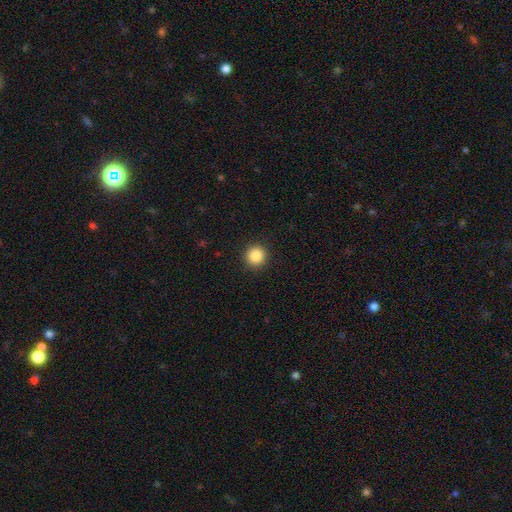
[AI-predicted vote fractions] This appears to be a smooth galaxy with no disk features (87%) that is round (95%). Merging: none (92%).